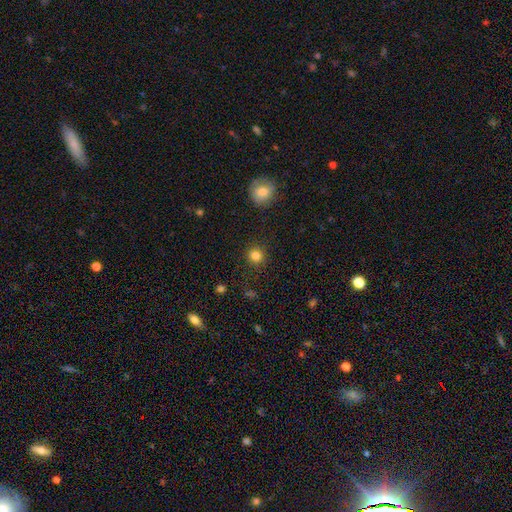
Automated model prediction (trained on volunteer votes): Overall: smooth (82%). How rounded: round (90%). Merging: none (89%).